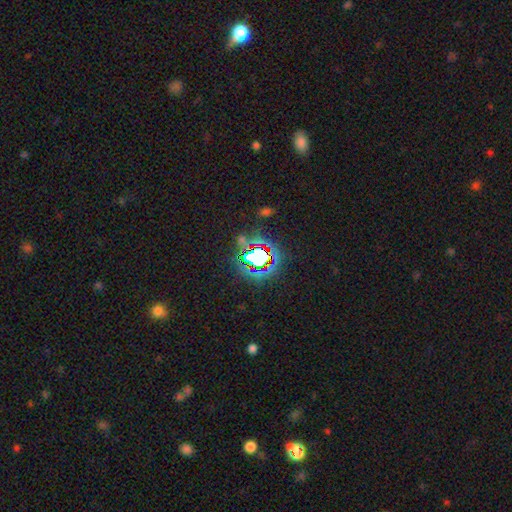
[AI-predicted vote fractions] Smooth or featured? Predicted: star or artifact (p=0.67).